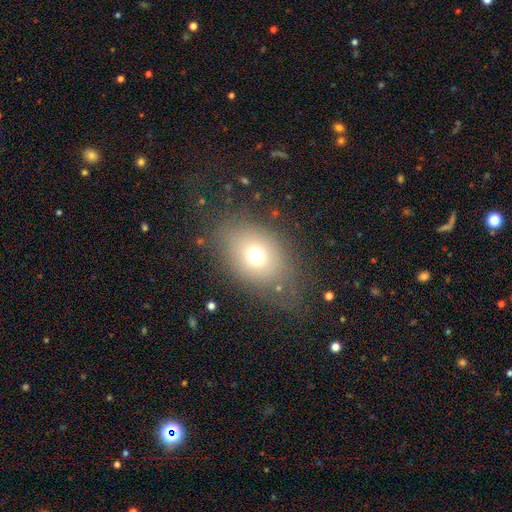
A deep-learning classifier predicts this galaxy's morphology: Overall: smooth (68%). How rounded: in between (62%; round 37%). Merging: none (70%).